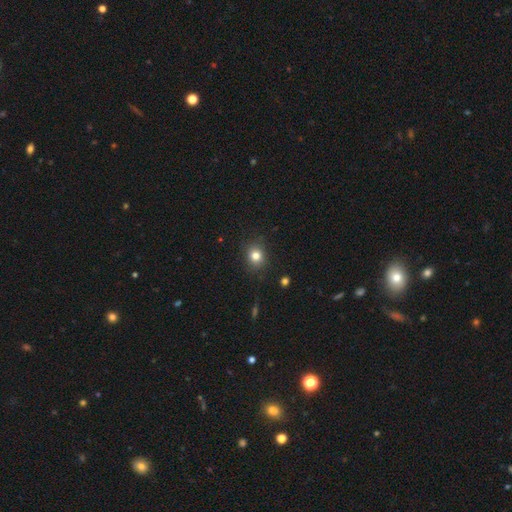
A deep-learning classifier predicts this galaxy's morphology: Overall: smooth (81%). How rounded: round (74%). Merging: none (87%).